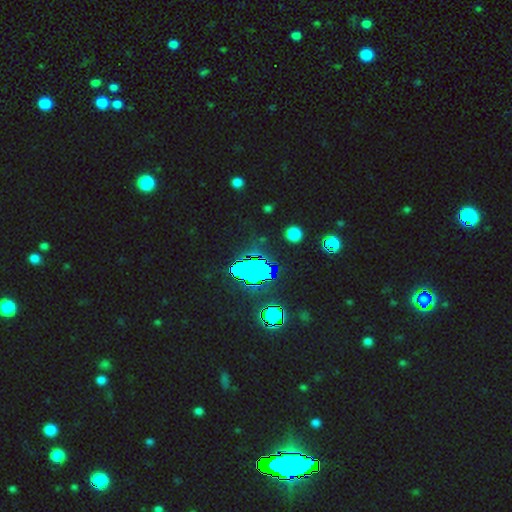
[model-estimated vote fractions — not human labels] This appears to be a star or artifact, not a galaxy (68%).